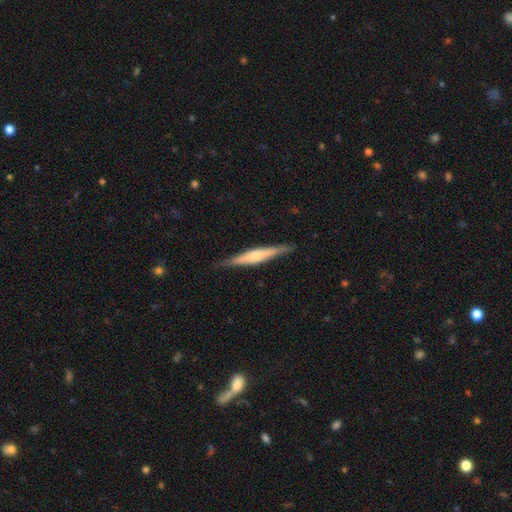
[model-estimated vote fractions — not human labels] A featured or disk galaxy (63%) viewed edge-on (97%) with a rounded central bulge (64%). Merging: none (88%).